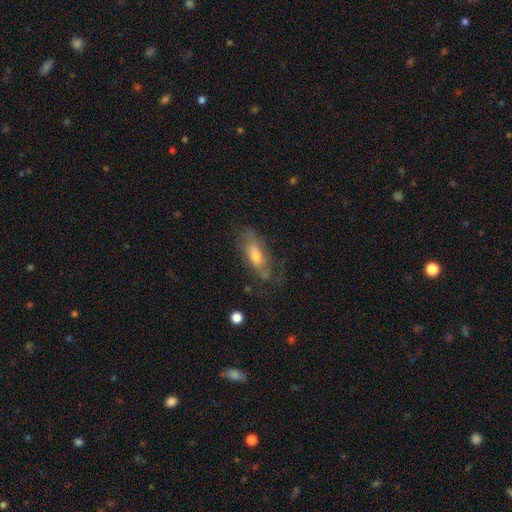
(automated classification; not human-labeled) Q: Smooth or featured?
A: smooth (48%); runner-up: featured or disk (44%)
Q: Merging?
A: none (60%); runner-up: minor disturbance (24%)